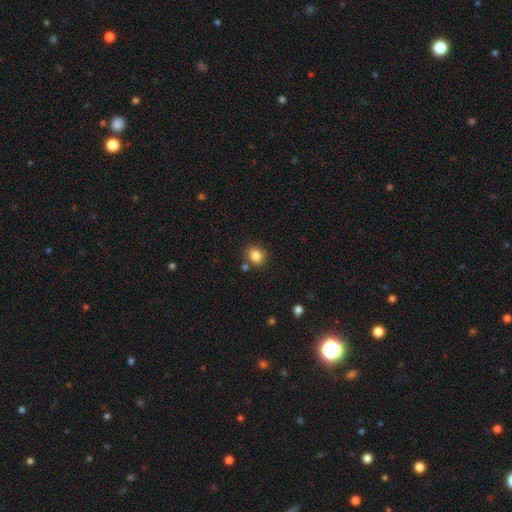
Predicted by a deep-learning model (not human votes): Smooth or featured?
  - smooth: 84% *
  - star or artifact: 10%
  - featured or disk: 5%
How rounded?
  - round: 73% *
  - in between: 27%
  - cigar-shaped: 1%
Merging?
  - none: 78% *
  - minor disturbance: 11%
  - merger: 8%
  - major disturbance: 3%